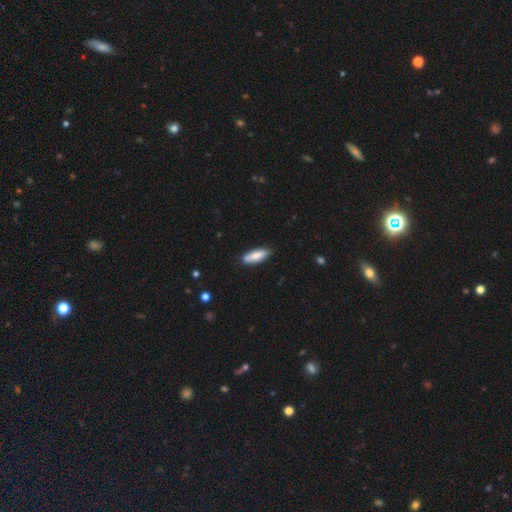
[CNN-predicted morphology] This appears to be a smooth galaxy with no disk features (80%) that is in between round and cigar-shaped (51%). Merging: none (79%).